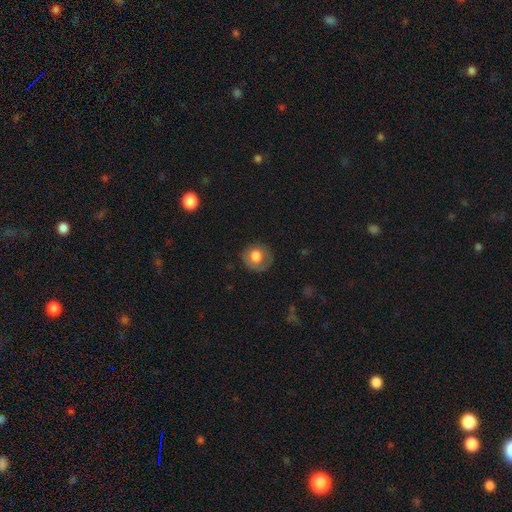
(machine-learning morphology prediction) The model was most divided on "smooth or featured": smooth: 73%, featured or disk: 18%, star or artifact: 8%. More confident: how rounded — round (85%); merging — none (74%).